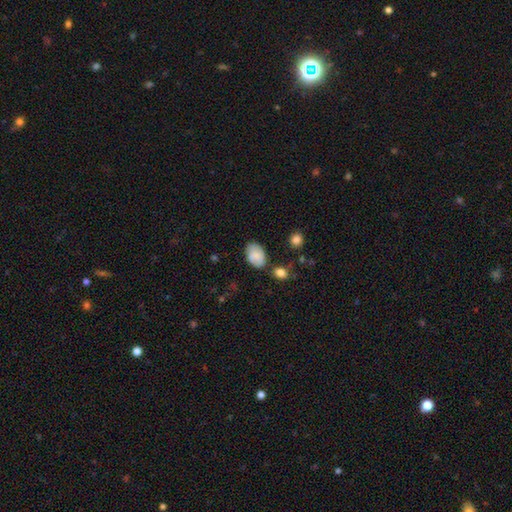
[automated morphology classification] Smooth or featured? Predicted: smooth (p=0.76). How rounded? Predicted: in between (p=0.86). Merging? Predicted: none (p=0.68).